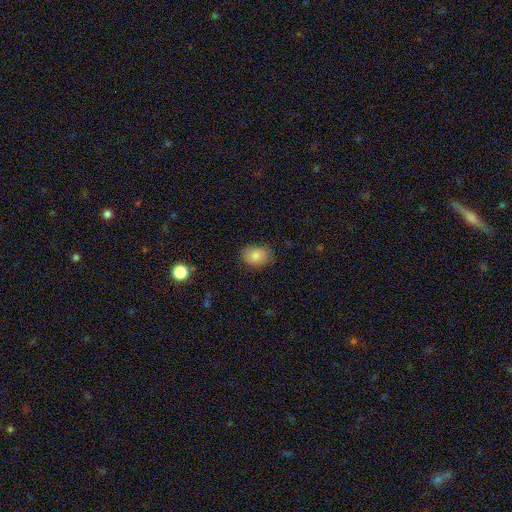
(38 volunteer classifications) Overall: smooth (84%). How rounded: in between (56%; round 44%). Merging: none (69%).